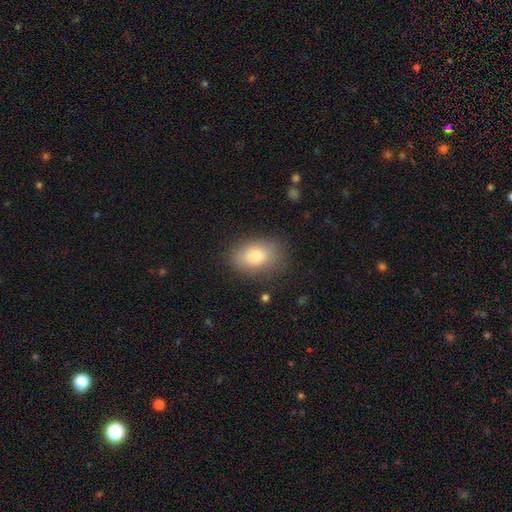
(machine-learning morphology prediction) Smooth or featured: smooth — 80% (featured or disk — 11%)
How rounded: in between — 84% (round — 15%)
Merging: none — 81% (minor disturbance — 14%)